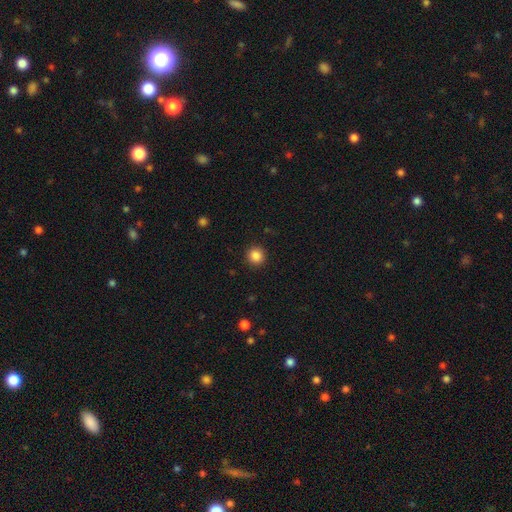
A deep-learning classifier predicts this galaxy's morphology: A smooth galaxy with no disk features (86%) that is round (93%). Merging: none (92%).